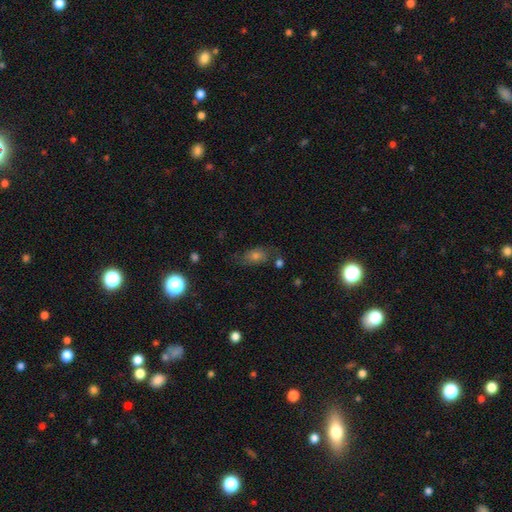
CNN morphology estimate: A smooth galaxy with no disk features (52%) that is in between round and cigar-shaped (73%). Merging: none (66%).